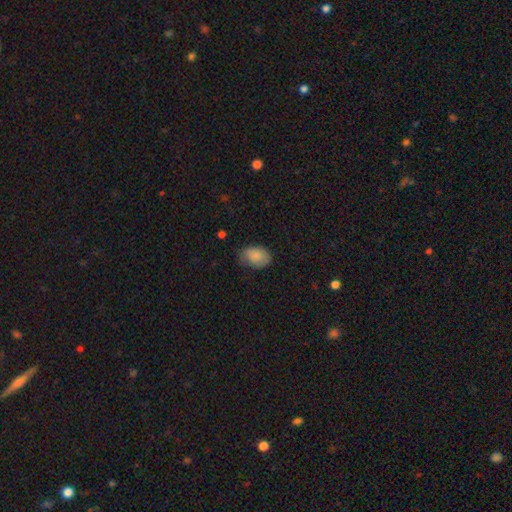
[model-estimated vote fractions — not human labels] The model was most divided on "merging": none: 64%, minor disturbance: 28%, major disturbance: 7%, merger: 1%. More confident: smooth or featured — smooth (85%); how rounded — in between (85%).